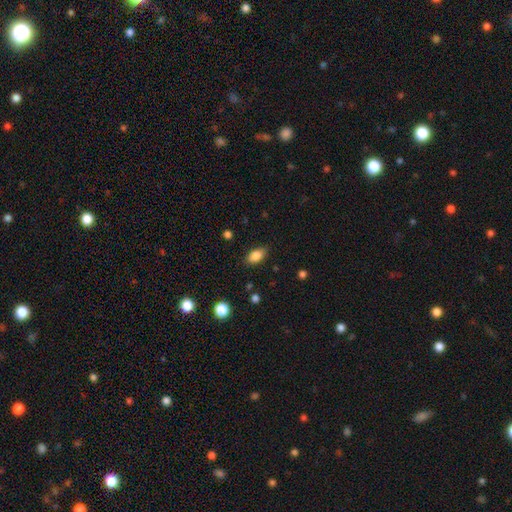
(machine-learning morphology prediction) smooth-or-featured: smooth: 86% | star or artifact: 9% | featured or disk: 5%
  how-rounded: in between: 88% | round: 7% | cigar-shaped: 5%
  merging: none: 84% | minor disturbance: 12% | major disturbance: 3% | merger: 1%